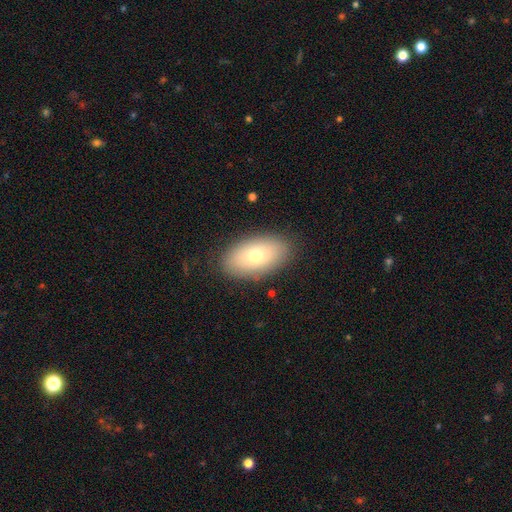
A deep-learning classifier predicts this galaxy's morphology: type=smooth (74%); roundness=in between (94%); merging=none (87%).